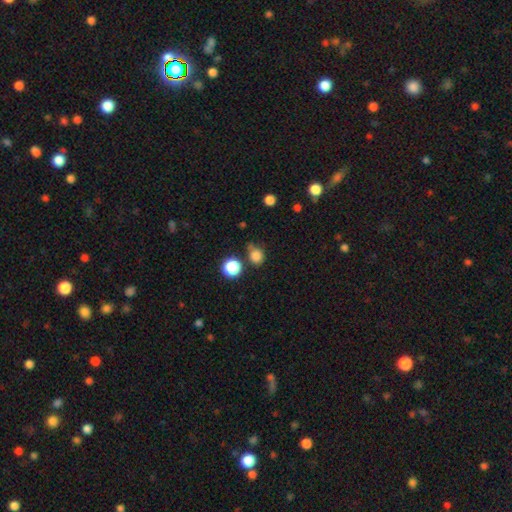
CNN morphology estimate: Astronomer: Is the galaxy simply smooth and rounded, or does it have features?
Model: smooth — 81%.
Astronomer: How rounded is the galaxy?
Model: round — 82%.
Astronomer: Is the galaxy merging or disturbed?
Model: none — 65%.